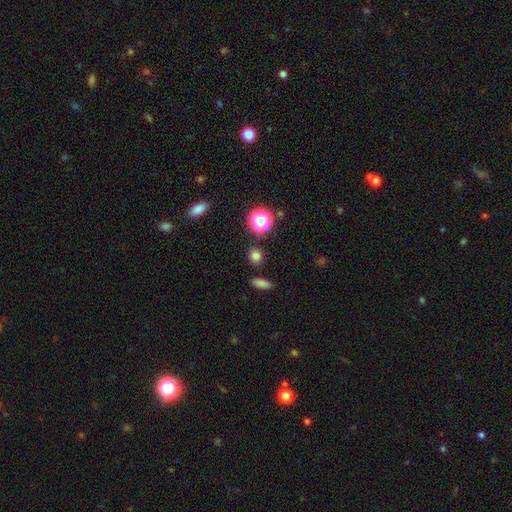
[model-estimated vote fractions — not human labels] Overall: smooth (77%). How rounded: round (74%). Merging: none (86%).